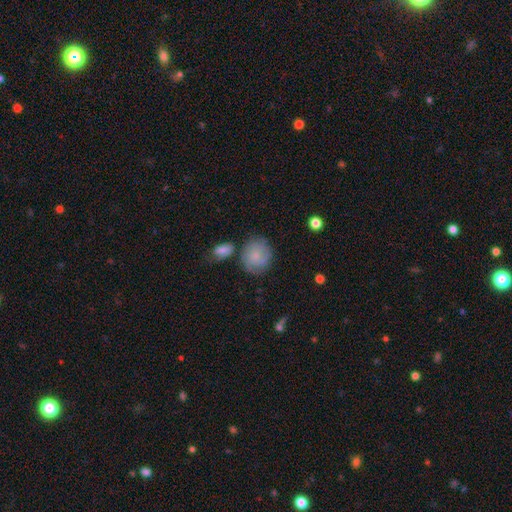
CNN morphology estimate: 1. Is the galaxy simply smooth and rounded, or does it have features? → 68% smooth, 25% featured or disk, 7% star or artifact.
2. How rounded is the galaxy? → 70% round, 29% in between, 1% cigar-shaped.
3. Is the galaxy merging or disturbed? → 65% none, 20% minor disturbance, 9% merger, 6% major disturbance.